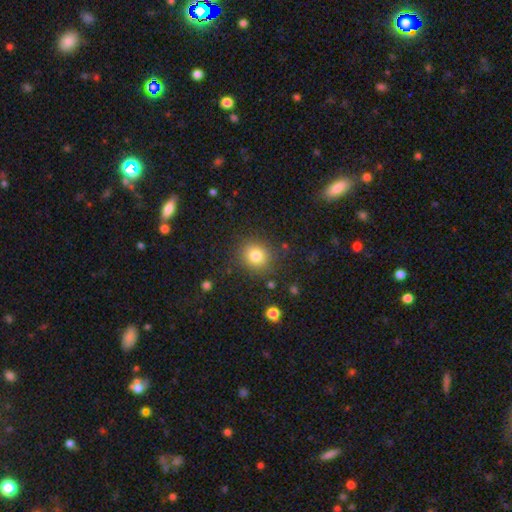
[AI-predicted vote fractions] Overall: smooth (80%). How rounded: round (84%). Merging: none (86%).